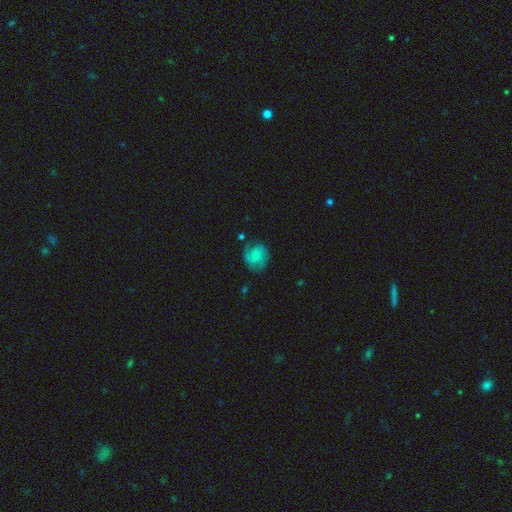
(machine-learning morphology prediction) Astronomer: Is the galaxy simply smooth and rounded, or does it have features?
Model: featured or disk — 56% (runner-up: smooth, 36%).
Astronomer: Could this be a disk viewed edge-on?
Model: no — 98%.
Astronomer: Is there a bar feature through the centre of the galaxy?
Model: no — 74%.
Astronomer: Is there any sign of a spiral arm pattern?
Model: yes — 87%.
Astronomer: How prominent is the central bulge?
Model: small — 67%.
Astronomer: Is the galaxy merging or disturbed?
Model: none — 66%.